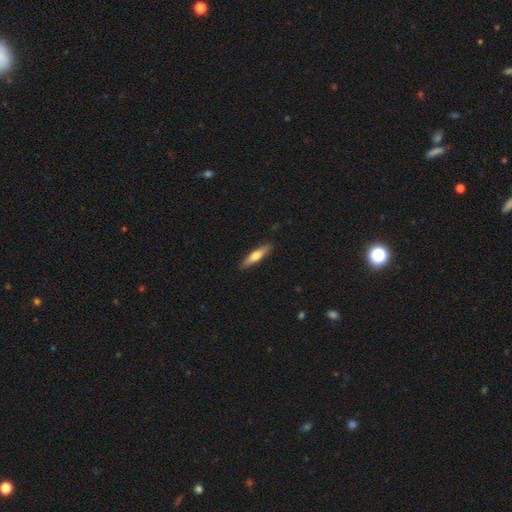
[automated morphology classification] A smooth galaxy with no disk features (57%) that is cigar-shaped (81%).

Vote fractions:
- Smooth or featured? smooth: 57% / featured or disk: 38% / star or artifact: 5%
- How rounded? cigar-shaped: 81% / in between: 17% / round: 2%
- Merging? none: 89% / minor disturbance: 8% / major disturbance: 2% / merger: 1%